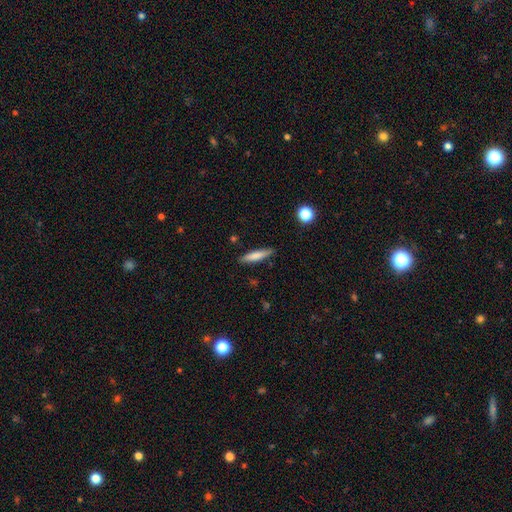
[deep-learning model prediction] smooth_or_featured: smooth (p=0.75) [alt: featured or disk p=0.19]
how_rounded: cigar-shaped (p=0.86) [alt: in between p=0.13]
merging: none (p=0.87) [alt: minor disturbance p=0.09]